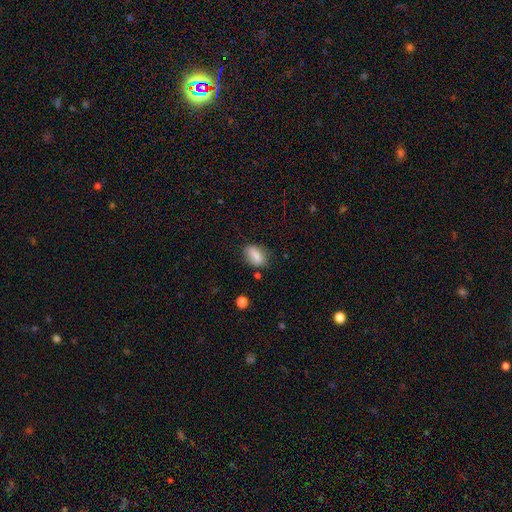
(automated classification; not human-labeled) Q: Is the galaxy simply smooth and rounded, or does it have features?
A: smooth — 79%.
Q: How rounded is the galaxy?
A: in between — 82%.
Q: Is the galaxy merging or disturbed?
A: none — 75%.